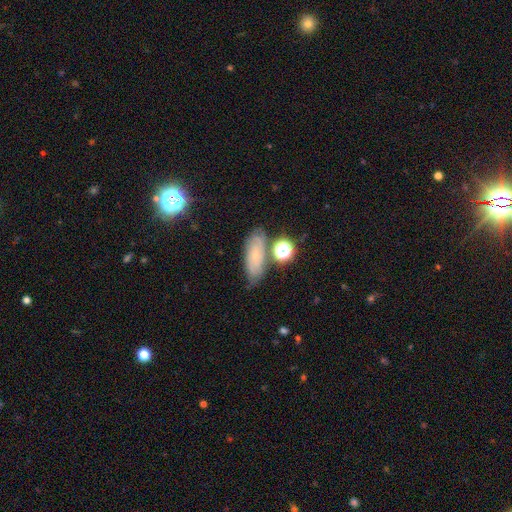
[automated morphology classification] smooth 52%, featured or disk 33%, star or artifact 14%. Down the decision tree: how rounded — in between (72%); merging — none (69%).